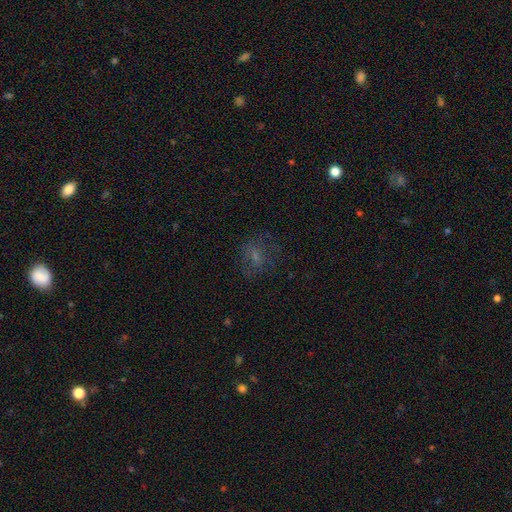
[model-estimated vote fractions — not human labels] This is possibly a smooth galaxy (49%). Merging: likely none (63%).